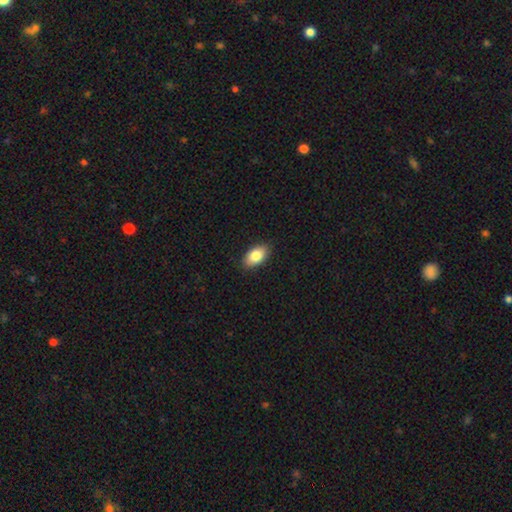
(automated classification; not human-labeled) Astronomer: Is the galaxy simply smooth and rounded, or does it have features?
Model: smooth — 83%.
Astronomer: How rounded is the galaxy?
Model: in between — 92%.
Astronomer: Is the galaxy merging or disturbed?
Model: none — 88%.